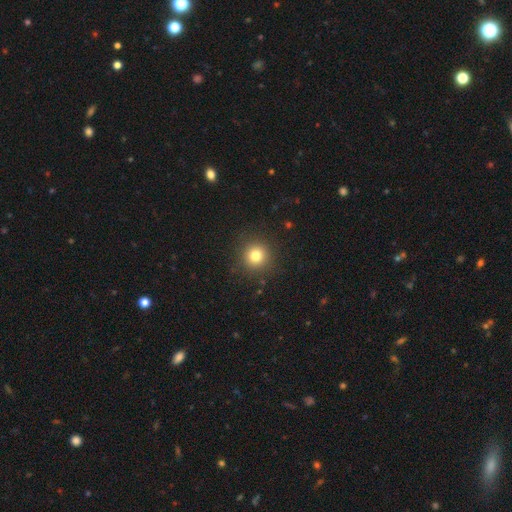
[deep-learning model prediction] The model was most divided on "smooth or featured": smooth: 79%, star or artifact: 14%, featured or disk: 7%. More confident: how rounded — round (94%); merging — none (90%).